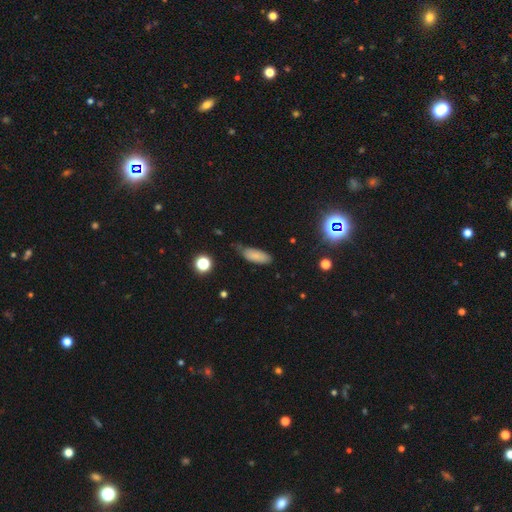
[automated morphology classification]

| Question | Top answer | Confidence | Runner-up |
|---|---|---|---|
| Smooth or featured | smooth | 82% | star or artifact (9%) |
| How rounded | in between | 74% | cigar-shaped (24%) |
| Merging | none | 60% | minor disturbance (31%) |